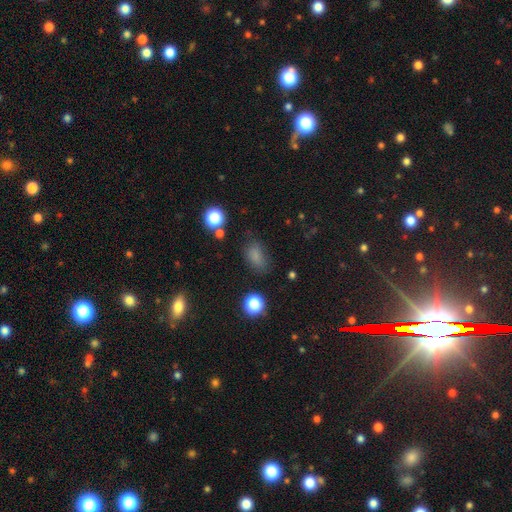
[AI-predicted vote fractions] smooth_or_featured: smooth (p=0.76) [alt: star or artifact p=0.17]
how_rounded: in between (p=0.83) [alt: round p=0.14]
merging: none (p=0.66) [alt: minor disturbance p=0.22]